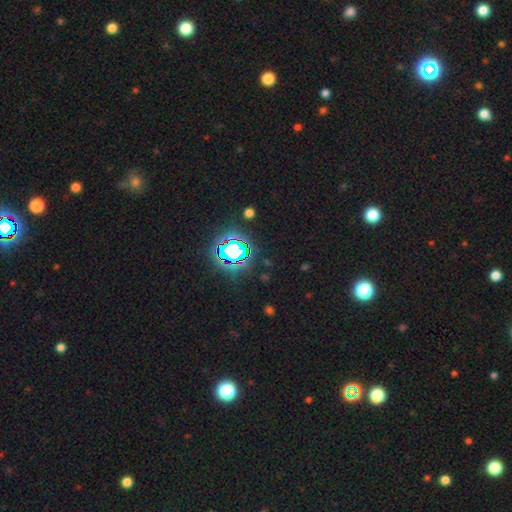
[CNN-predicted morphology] Smooth or featured? Predicted: star or artifact (p=0.81).